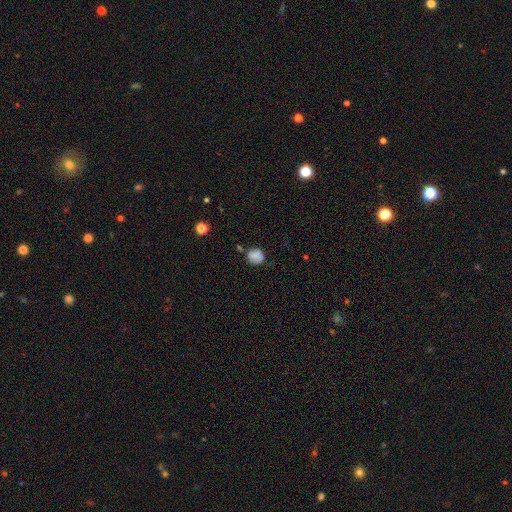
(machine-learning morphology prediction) A smooth galaxy with no disk features (79%) that is round (78%).

Vote fractions:
- Smooth or featured? smooth: 79% / star or artifact: 11% / featured or disk: 10%
- How rounded? round: 78% / in between: 21% / cigar-shaped: 1%
- Merging? none: 66% / minor disturbance: 21% / merger: 7% / major disturbance: 5%